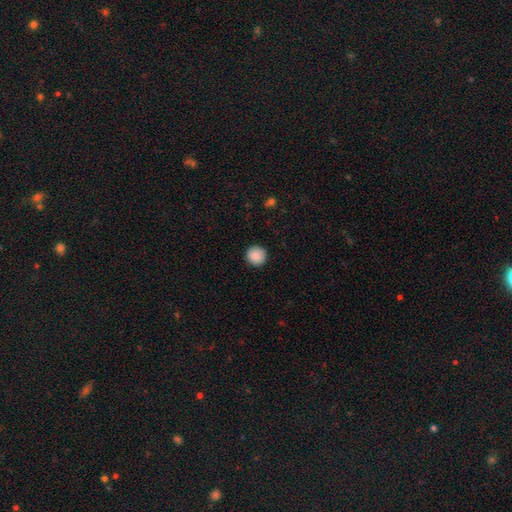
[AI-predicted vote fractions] A smooth galaxy with no disk features (88%) that is round (96%). Merging: none (91%).